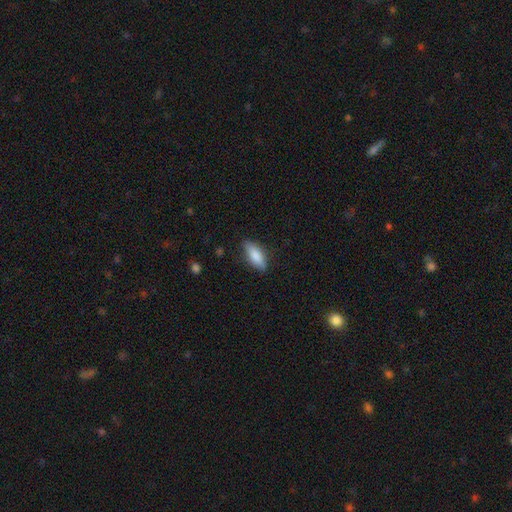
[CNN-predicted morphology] type=smooth (81%); roundness=in between (71%); merging=none (80%).